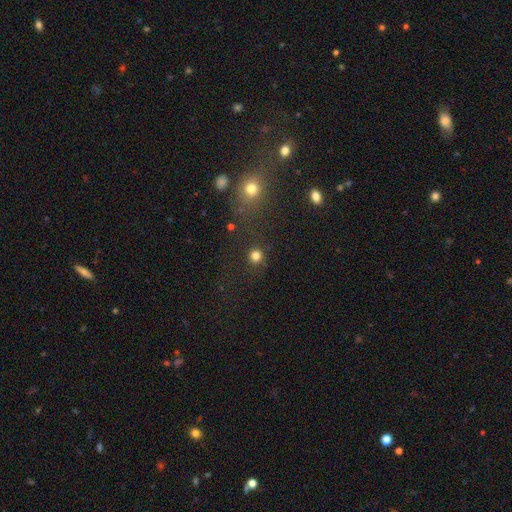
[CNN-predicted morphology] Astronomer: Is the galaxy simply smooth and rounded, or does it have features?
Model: smooth — 81%.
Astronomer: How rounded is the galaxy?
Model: round — 93%.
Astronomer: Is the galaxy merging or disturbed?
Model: none — 86%.